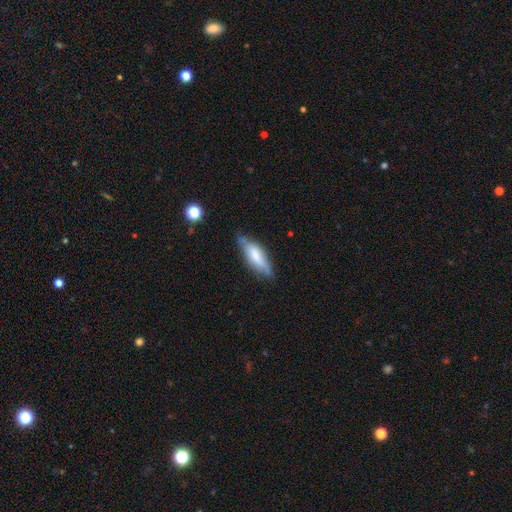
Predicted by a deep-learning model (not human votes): A smooth galaxy with no disk features (62%) that is in between round and cigar-shaped (51%). Merging: none (63%).